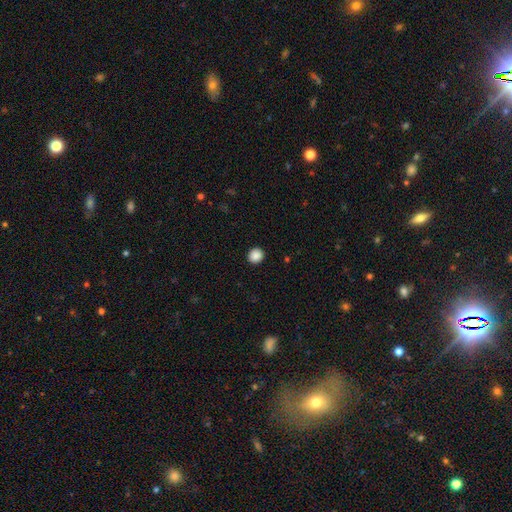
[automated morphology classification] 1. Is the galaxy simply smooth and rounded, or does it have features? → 88% smooth, 9% star or artifact, 3% featured or disk.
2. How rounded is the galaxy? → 91% round, 8% in between, 1% cigar-shaped.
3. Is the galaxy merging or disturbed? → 93% none, 4% minor disturbance, 2% major disturbance, 1% merger.